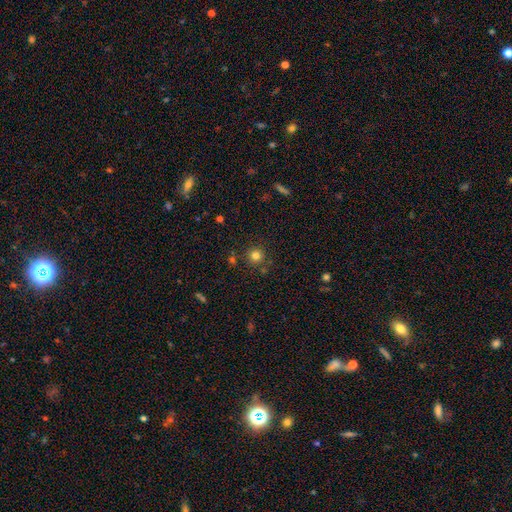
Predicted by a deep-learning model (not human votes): The model was most divided on "smooth or featured": smooth: 79%, star or artifact: 15%, featured or disk: 6%. More confident: how rounded — round (94%); merging — none (84%).